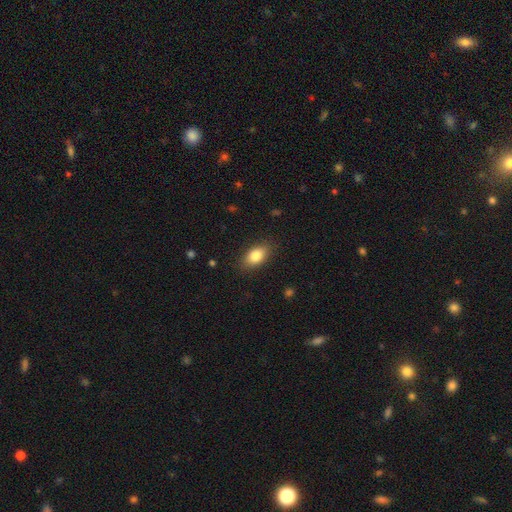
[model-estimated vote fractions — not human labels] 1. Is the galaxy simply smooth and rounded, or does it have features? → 84% smooth, 9% featured or disk, 7% star or artifact.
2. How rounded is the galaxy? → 89% in between, 8% round, 3% cigar-shaped.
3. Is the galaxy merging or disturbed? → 86% none, 10% minor disturbance, 3% major disturbance, 1% merger.